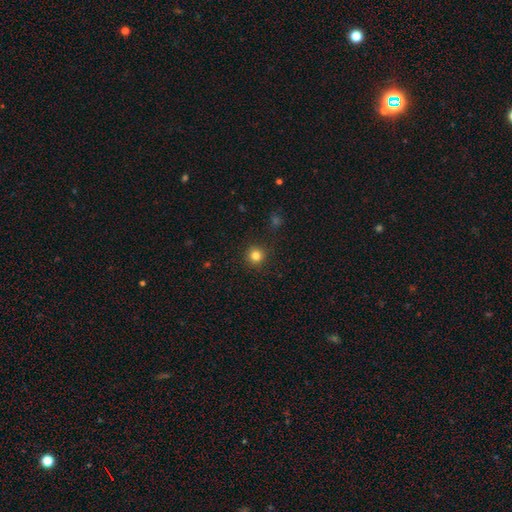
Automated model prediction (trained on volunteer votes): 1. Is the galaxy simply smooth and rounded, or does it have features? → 82% smooth, 13% star or artifact, 5% featured or disk.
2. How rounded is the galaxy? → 94% round, 5% in between, 1% cigar-shaped.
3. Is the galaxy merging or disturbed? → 90% none, 6% minor disturbance, 2% major disturbance, 1% merger.